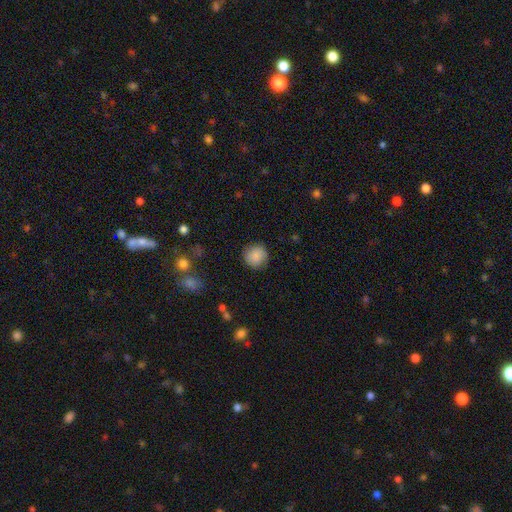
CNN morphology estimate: smooth 87%, star or artifact 8%, featured or disk 5%. Down the decision tree: how rounded — round (92%); merging — none (88%).